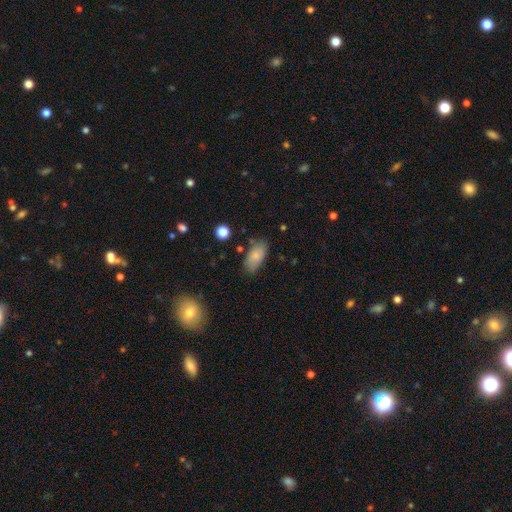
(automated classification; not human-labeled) This is clearly a smooth galaxy (80%). How rounded: clearly in between (92%). Merging: likely none (71%).